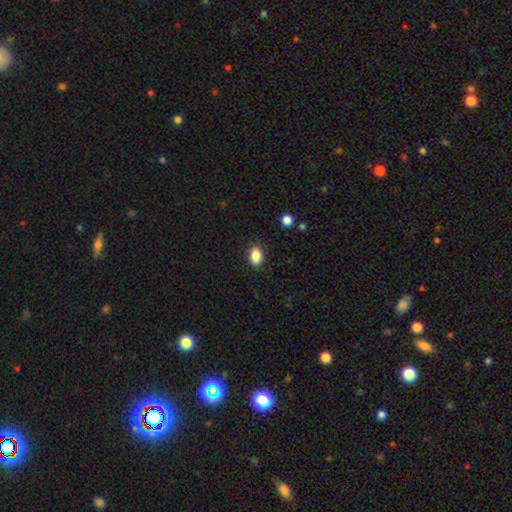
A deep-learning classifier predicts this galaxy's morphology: Q: Smooth or featured?
A: smooth (87%); runner-up: star or artifact (9%)
Q: How rounded?
A: in between (84%); runner-up: round (15%)
Q: Merging?
A: none (88%); runner-up: minor disturbance (9%)